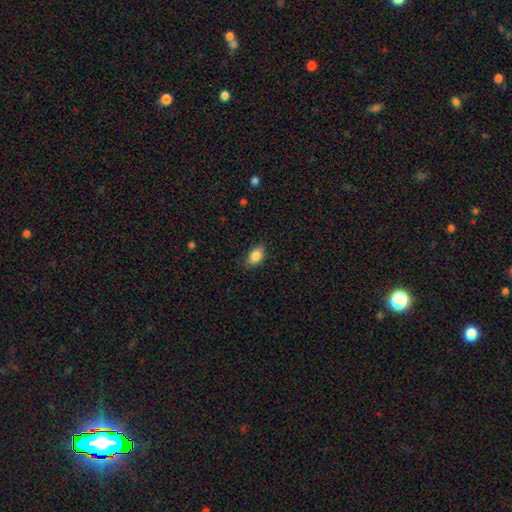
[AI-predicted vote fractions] Smooth or featured? smooth (86%)
How rounded? in between (88%)
Merging? none (81%)